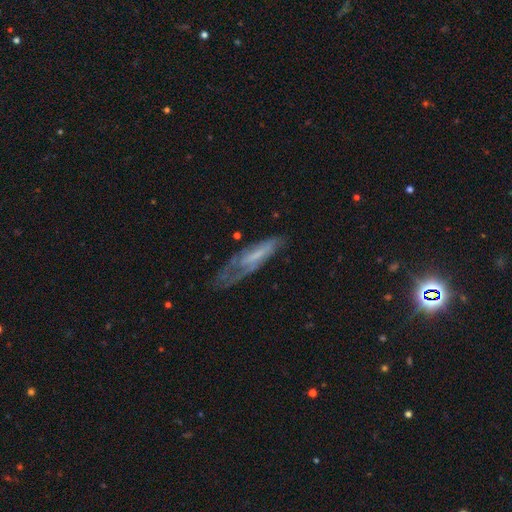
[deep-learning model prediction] smooth_or_featured: featured or disk (p=0.58) [alt: smooth p=0.34]
disk_edge_on: no (p=0.65) [alt: yes p=0.35]
merging: none (p=0.40) [alt: major disturbance p=0.29]